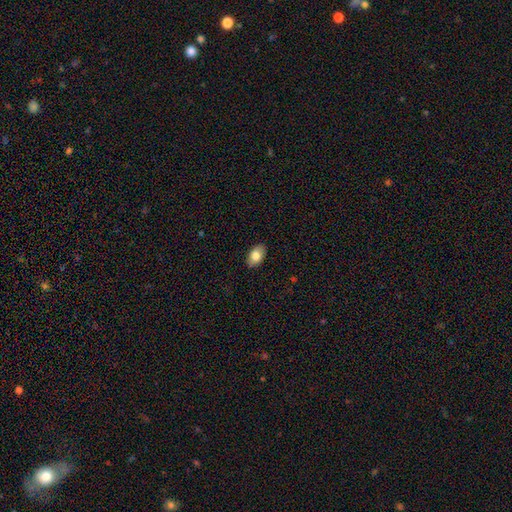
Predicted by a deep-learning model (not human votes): Morphology: type=smooth (80%); roundness=in between (92%); merging=none (88%).